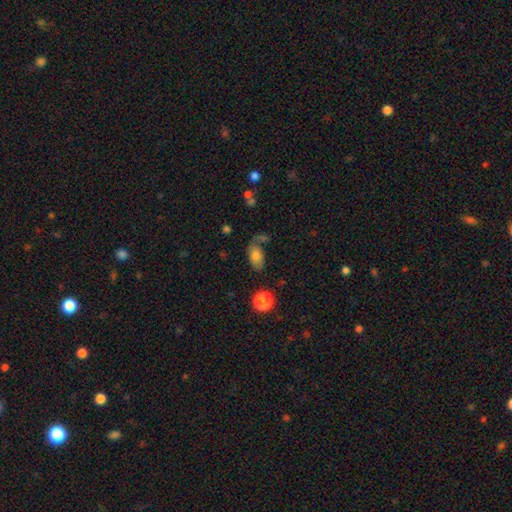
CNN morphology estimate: smooth 76%, featured or disk 13%, star or artifact 11%. Down the decision tree: how rounded — in between (89%); merging — none (57%).